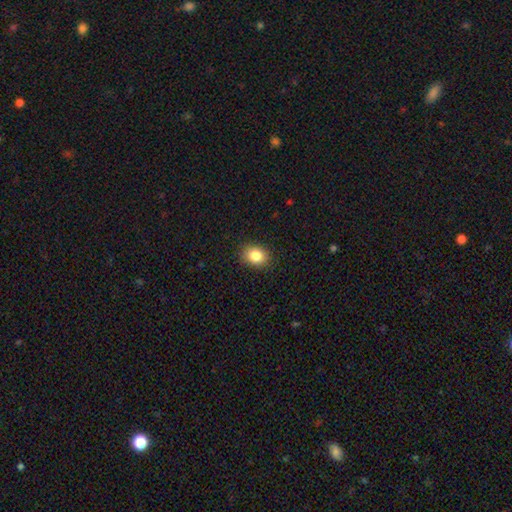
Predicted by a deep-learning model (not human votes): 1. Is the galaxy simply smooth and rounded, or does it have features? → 85% smooth, 10% star or artifact, 6% featured or disk.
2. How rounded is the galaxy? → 54% in between, 45% round, 1% cigar-shaped.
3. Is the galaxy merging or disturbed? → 88% none, 9% minor disturbance, 2% major disturbance, 1% merger.